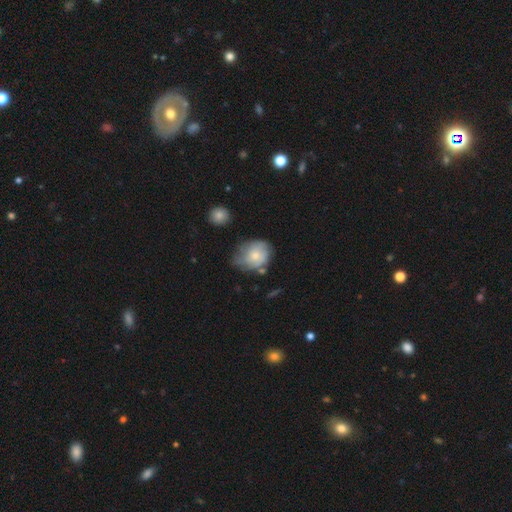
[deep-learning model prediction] smooth_or_featured: smooth (p=0.54) [alt: featured or disk p=0.38]
how_rounded: round (p=0.51) [alt: in between p=0.48]
merging: none (p=0.46) [alt: minor disturbance p=0.35]